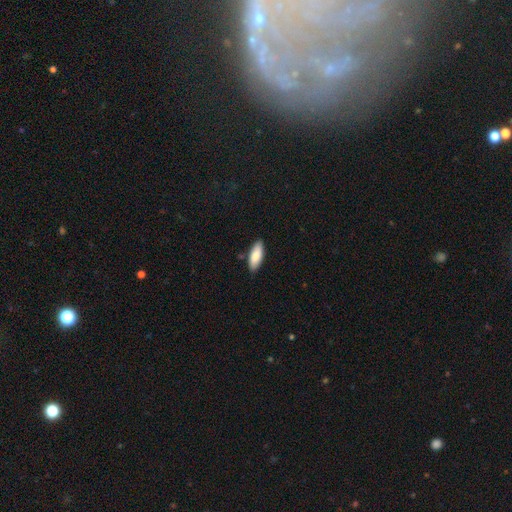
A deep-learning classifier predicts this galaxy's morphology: Q: Smooth or featured?
A: smooth (81%); runner-up: featured or disk (13%)
Q: How rounded?
A: in between (75%); runner-up: cigar-shaped (24%)
Q: Merging?
A: none (86%); runner-up: minor disturbance (11%)